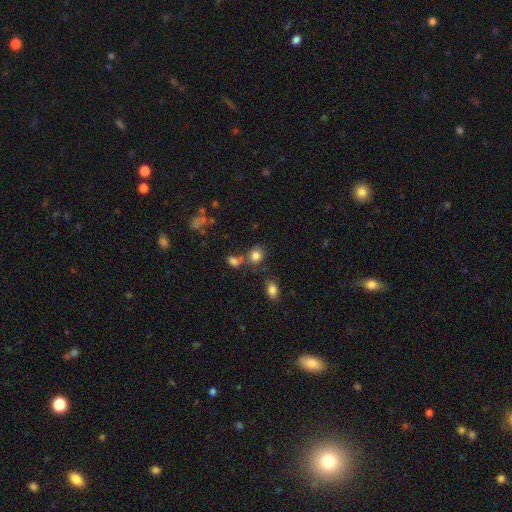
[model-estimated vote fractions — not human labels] smooth_or_featured: smooth (p=0.81) [alt: star or artifact p=0.12]
how_rounded: round (p=0.64) [alt: in between p=0.35]
merging: none (p=0.65) [alt: merger p=0.18]